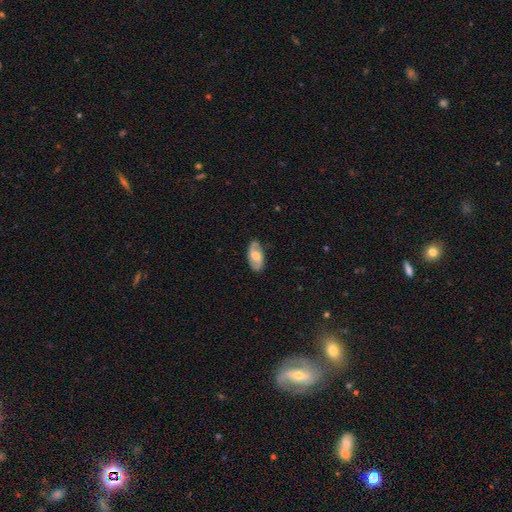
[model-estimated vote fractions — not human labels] featured or disk 62%, smooth 32%, star or artifact 6%. Down the decision tree: edge-on disk — no (92%); bar — no (45%); spiral arms — yes (81%); bulge size — moderate (61%); merging — none (83%).